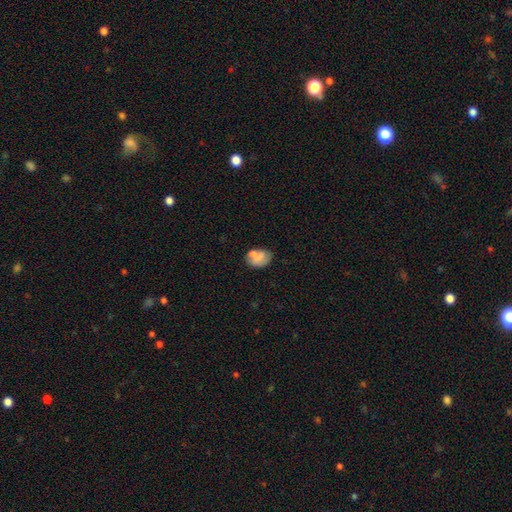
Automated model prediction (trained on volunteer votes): A smooth galaxy with no disk features (71%) that is in between round and cigar-shaped (67%). Merging: none (51%).